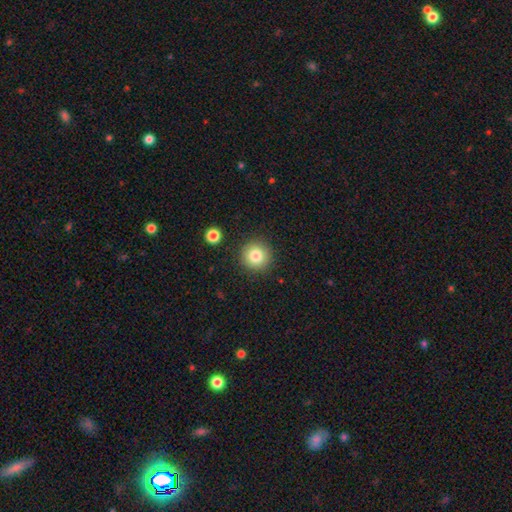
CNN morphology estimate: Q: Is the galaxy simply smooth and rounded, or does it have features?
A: smooth — 82%.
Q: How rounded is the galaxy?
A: round — 95%.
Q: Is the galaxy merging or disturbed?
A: none — 90%.